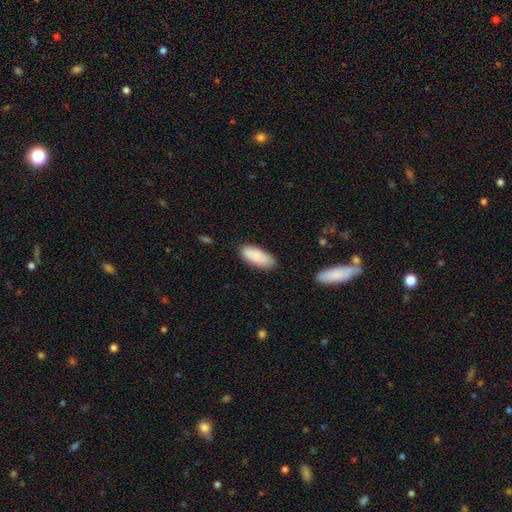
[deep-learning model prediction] smooth_or_featured: smooth (p=0.85) [alt: featured or disk p=0.09]
how_rounded: in between (p=0.80) [alt: cigar-shaped p=0.18]
merging: none (p=0.79) [alt: minor disturbance p=0.16]